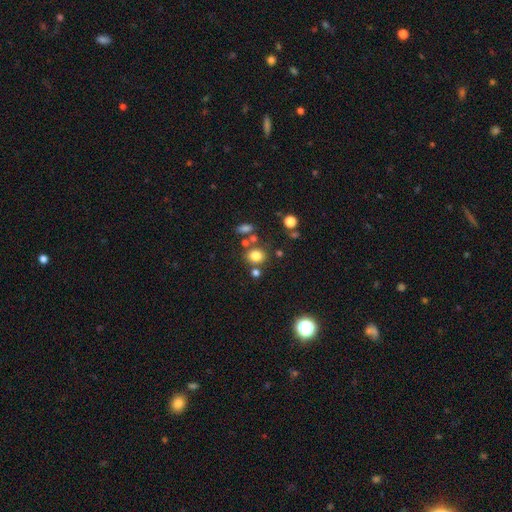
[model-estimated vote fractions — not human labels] smooth 78%, star or artifact 14%, featured or disk 7%. Down the decision tree: how rounded — round (67%); merging — none (72%).